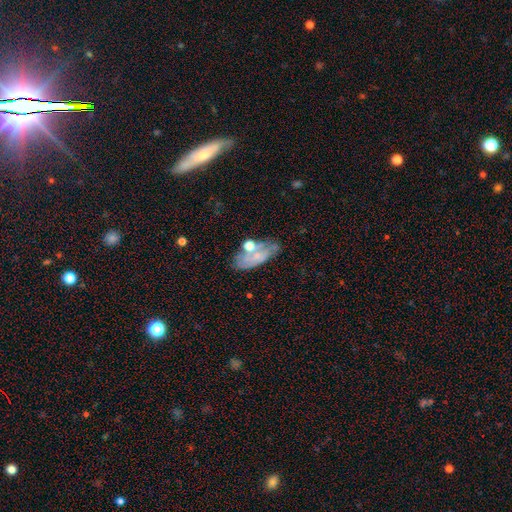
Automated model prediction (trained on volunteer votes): smooth 47%, featured or disk 40%, star or artifact 12%. Down the decision tree: merging — none (55%).